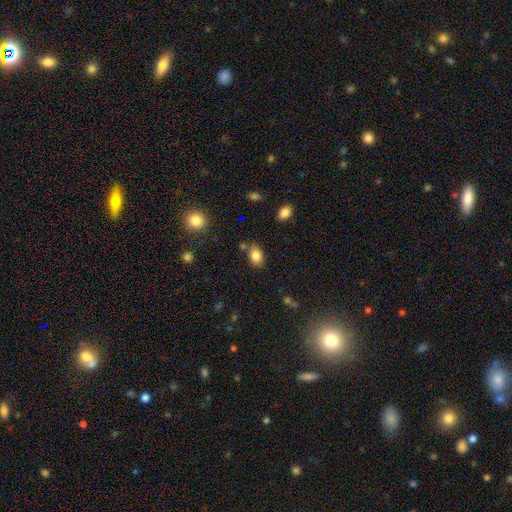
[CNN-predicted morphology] This appears to be a smooth galaxy with no disk features (84%) that is in between round and cigar-shaped (82%). Merging: none (76%).